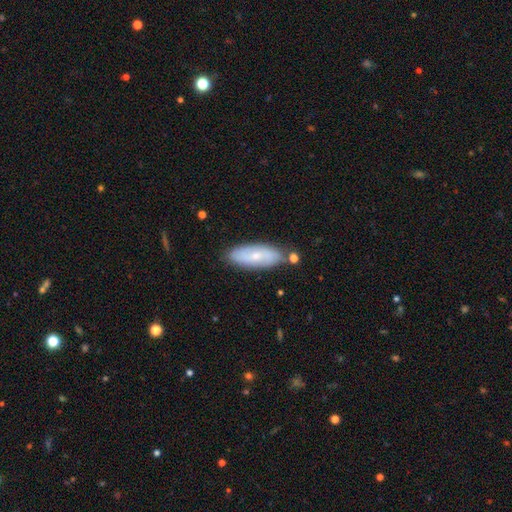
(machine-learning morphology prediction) Smooth or featured? Predicted: smooth (p=0.51). How rounded? Predicted: in between (p=0.65). Merging? Predicted: none (p=0.81).